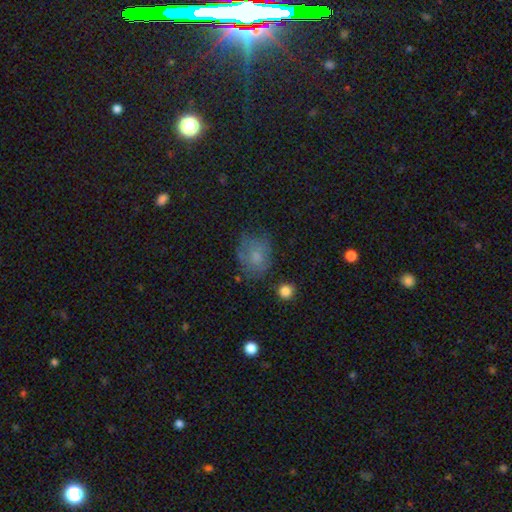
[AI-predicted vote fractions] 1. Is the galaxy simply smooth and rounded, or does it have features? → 68% smooth, 20% featured or disk, 12% star or artifact.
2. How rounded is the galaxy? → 52% round, 47% in between, 1% cigar-shaped.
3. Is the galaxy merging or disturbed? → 56% none, 28% minor disturbance, 14% major disturbance, 3% merger.